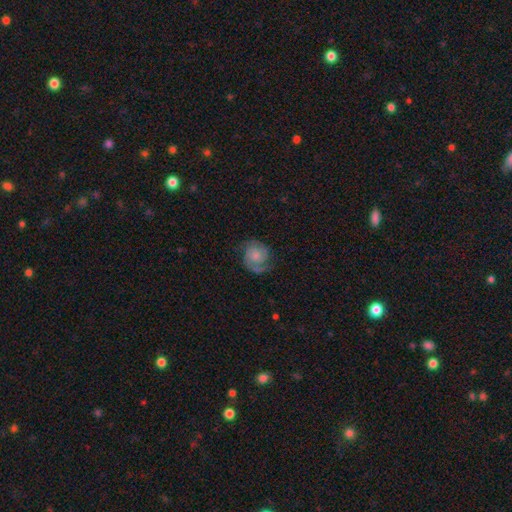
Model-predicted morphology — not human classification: This appears to be a featured or disk galaxy (79%) with no bar (72%), 2 (80%) tight (45%) spiral arms (96%) and a small central bulge (49%). Merging: none (72%).